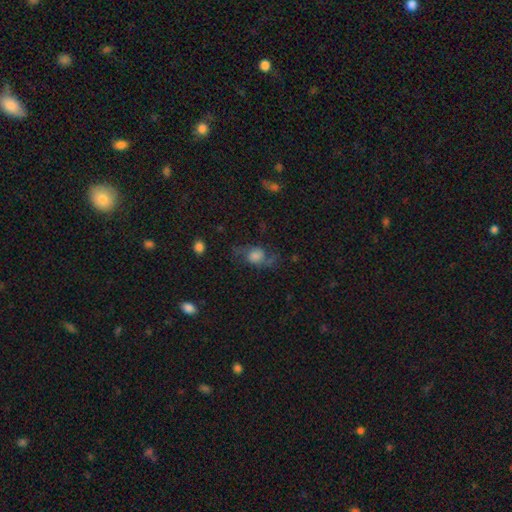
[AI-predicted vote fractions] Morphology: type=featured or disk (48%); merging=none (59%).